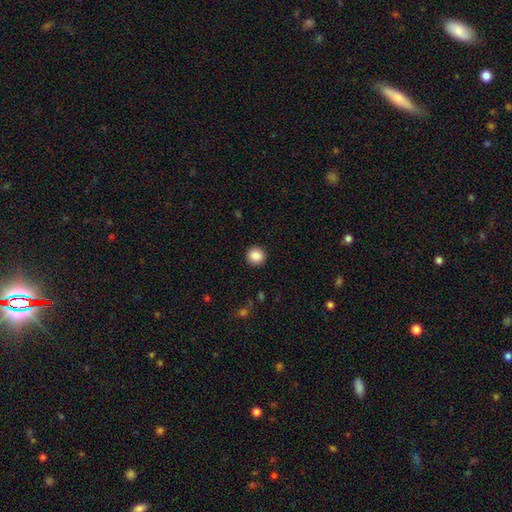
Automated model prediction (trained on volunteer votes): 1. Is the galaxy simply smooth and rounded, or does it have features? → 87% smooth, 9% star or artifact, 3% featured or disk.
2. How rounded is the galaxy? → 95% round, 4% in between, 1% cigar-shaped.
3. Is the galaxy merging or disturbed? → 93% none, 5% minor disturbance, 2% major disturbance, 1% merger.